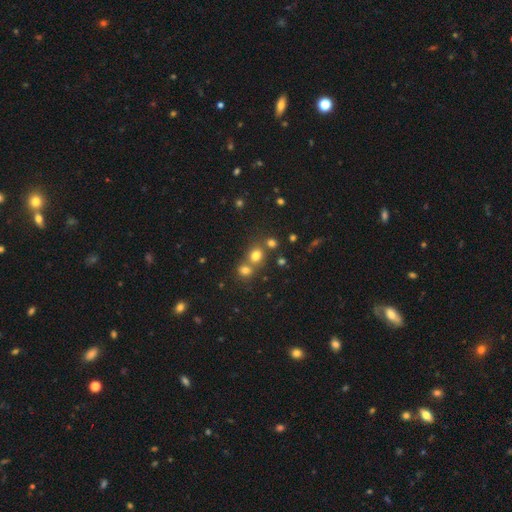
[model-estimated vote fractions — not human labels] Smooth or featured? smooth (73%)
How rounded? round (79%)
Merging? none (53%)